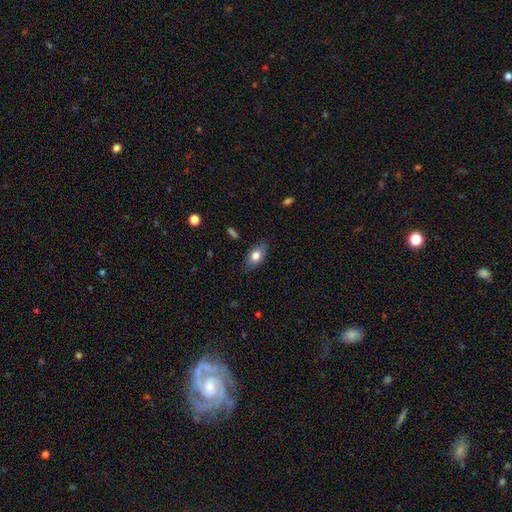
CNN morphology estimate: This appears to be a smooth galaxy with no disk features (76%) that is in between round and cigar-shaped (85%). Merging: none (80%).